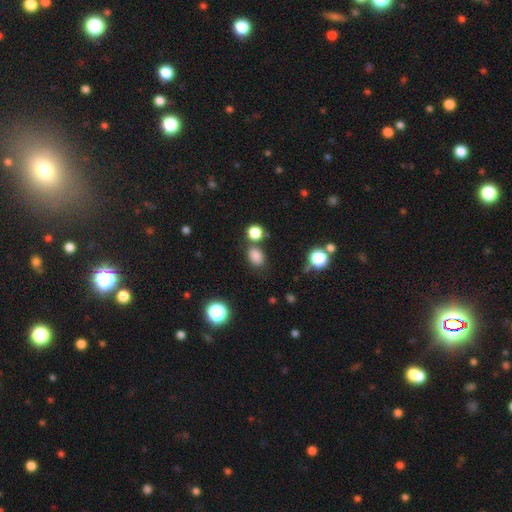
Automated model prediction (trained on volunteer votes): Smooth or featured? smooth (82%)
How rounded? in between (70%)
Merging? none (72%)